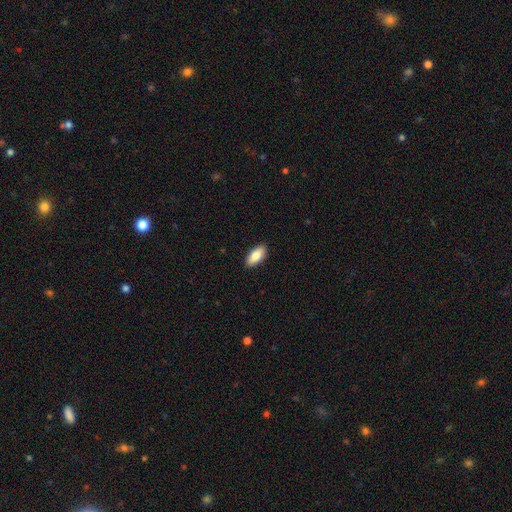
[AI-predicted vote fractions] A smooth galaxy with no disk features (84%) that is in between round and cigar-shaped (86%).

Vote fractions:
- Smooth or featured? smooth: 84% / featured or disk: 10% / star or artifact: 6%
- How rounded? in between: 86% / cigar-shaped: 11% / round: 2%
- Merging? none: 90% / minor disturbance: 7% / major disturbance: 2% / merger: 1%